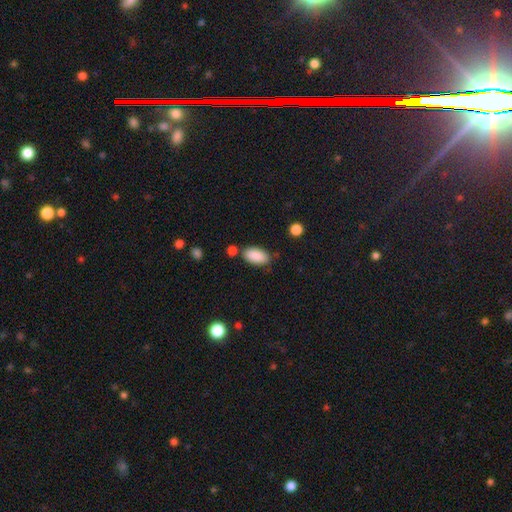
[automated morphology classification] A smooth galaxy with no disk features (89%) that is in between round and cigar-shaped (94%).

Vote fractions:
- Smooth or featured? smooth: 89% / star or artifact: 7% / featured or disk: 5%
- How rounded? in between: 94% / cigar-shaped: 3% / round: 3%
- Merging? none: 75% / minor disturbance: 14% / merger: 7% / major disturbance: 3%